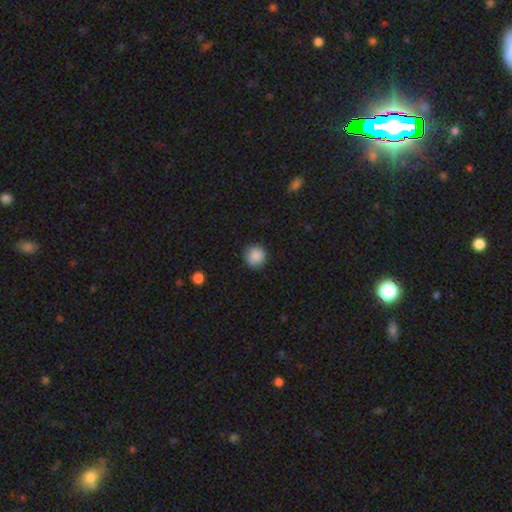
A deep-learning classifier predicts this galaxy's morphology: Smooth or featured?
  - smooth: 88% *
  - star or artifact: 9%
  - featured or disk: 3%
How rounded?
  - round: 93% *
  - in between: 6%
  - cigar-shaped: 1%
Merging?
  - none: 87% *
  - minor disturbance: 10%
  - major disturbance: 2%
  - merger: 1%